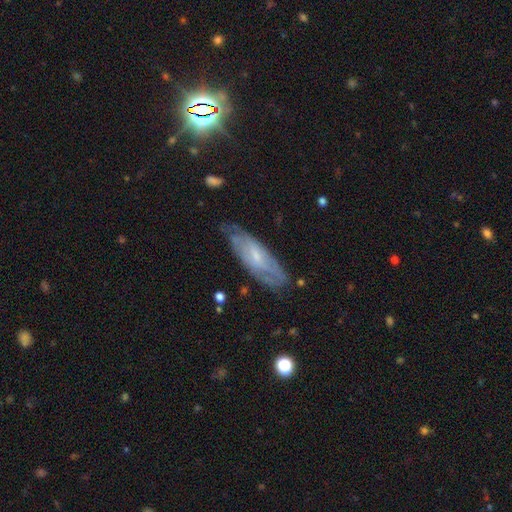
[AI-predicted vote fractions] This is likely a featured or disk galaxy (64%). It is likely not viewed edge-on (78%). Merging: likely none (68%).